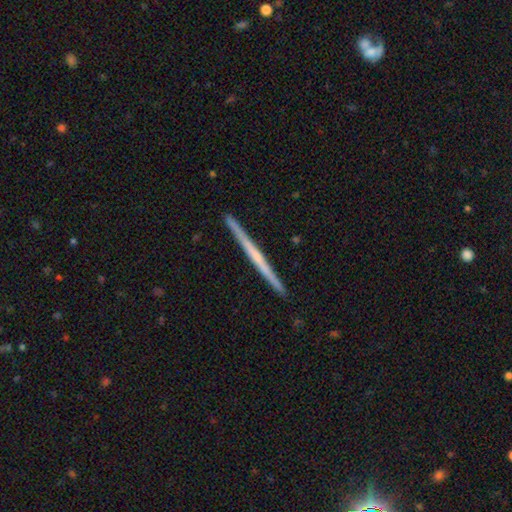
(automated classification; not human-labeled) Q: Smooth or featured?
A: featured or disk (63%); runner-up: smooth (32%)
Q: Edge-on disk?
A: yes (98%); runner-up: no (2%)
Q: Edge-on bulge?
A: none (72%); runner-up: rounded (21%)
Q: Merging?
A: none (92%); runner-up: minor disturbance (5%)